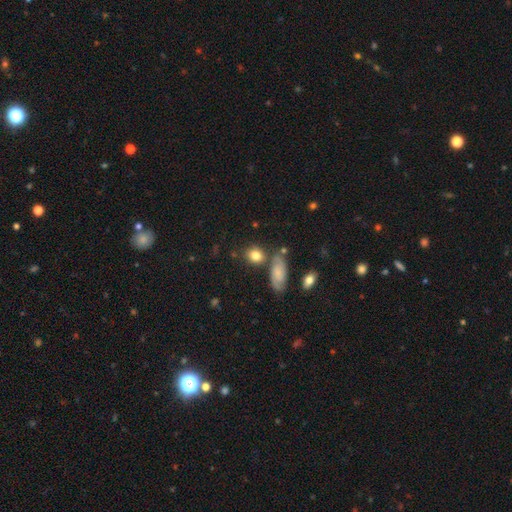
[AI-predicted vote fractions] The model was most divided on "how rounded": round: 55%, in between: 42%, cigar-shaped: 3%. More confident: smooth or featured — smooth (80%); merging — none (69%).